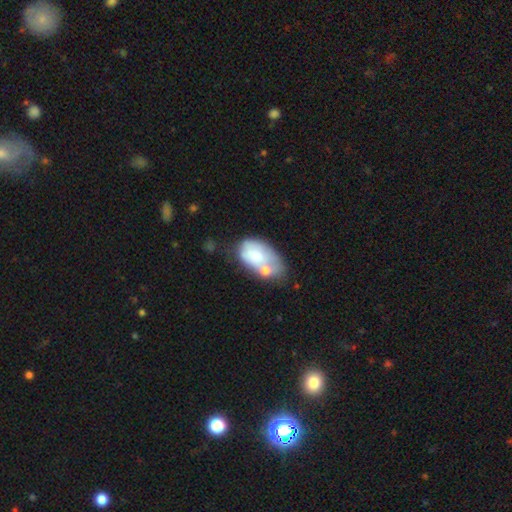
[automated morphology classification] smooth 58%, featured or disk 35%, star or artifact 7%. Down the decision tree: how rounded — in between (91%); merging — merger (38%).